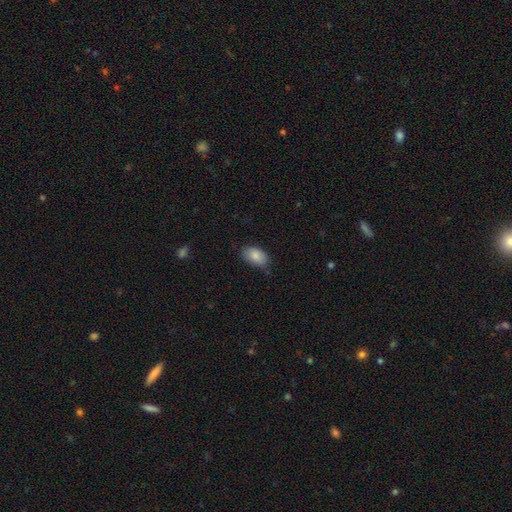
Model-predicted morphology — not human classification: This is clearly a smooth galaxy (87%). How rounded: clearly in between (92%). Merging: likely none (75%).